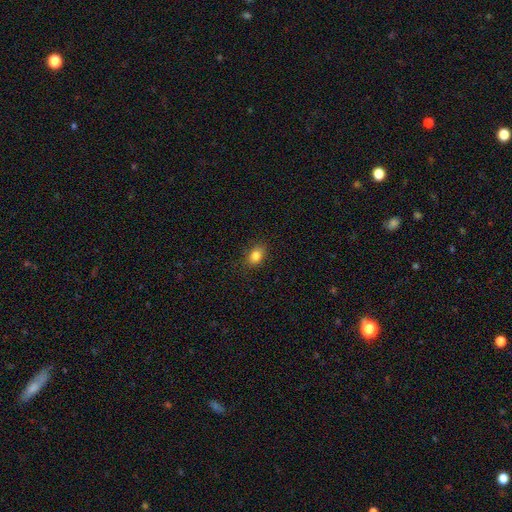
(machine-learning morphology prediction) This appears to be a smooth galaxy with no disk features (83%) that is in between round and cigar-shaped (74%). Merging: none (84%).